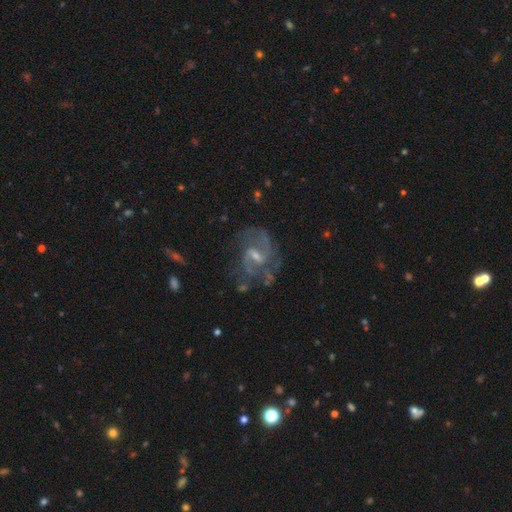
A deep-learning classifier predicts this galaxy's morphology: smooth_or_featured: featured or disk (p=0.84) [alt: star or artifact p=0.08]
disk_edge_on: no (p=0.97) [alt: yes p=0.03]
bar: weak (p=0.60) [alt: no p=0.23]
has_spiral_arms: yes (p=0.92) [alt: no p=0.08]
spiral_winding: medium (p=0.52) [alt: loose p=0.29]
spiral_arm_count: 2 (p=0.63) [alt: can't tell p=0.15]
bulge_size: small (p=0.54) [alt: moderate p=0.35]
merging: none (p=0.61) [alt: minor disturbance p=0.20]